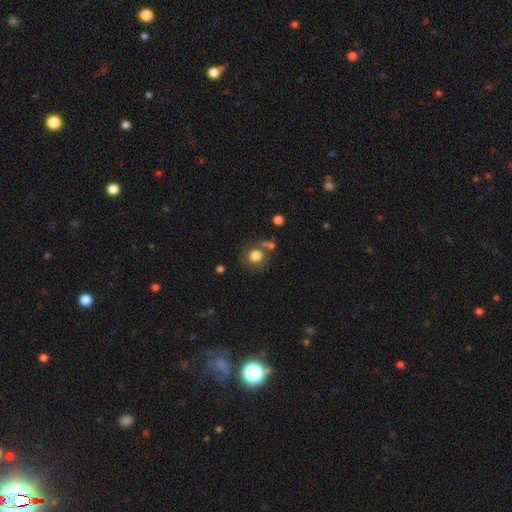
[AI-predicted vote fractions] smooth_or_featured: smooth (p=0.81) [alt: star or artifact p=0.11]
how_rounded: round (p=0.83) [alt: in between p=0.16]
merging: none (p=0.66) [alt: merger p=0.15]